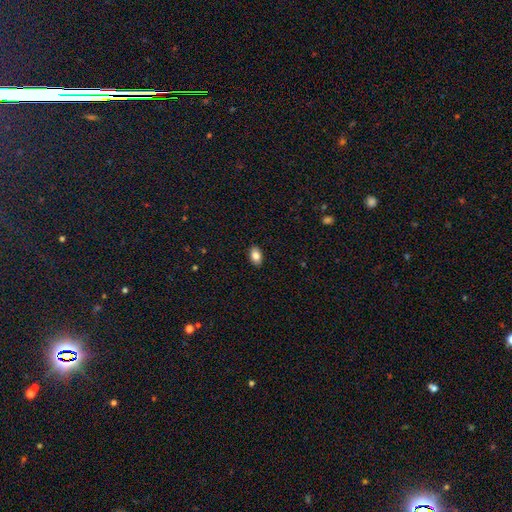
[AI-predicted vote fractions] Smooth or featured?
  - smooth: 84% *
  - star or artifact: 8%
  - featured or disk: 8%
How rounded?
  - in between: 88% *
  - round: 10%
  - cigar-shaped: 1%
Merging?
  - none: 89% *
  - minor disturbance: 8%
  - major disturbance: 2%
  - merger: 1%